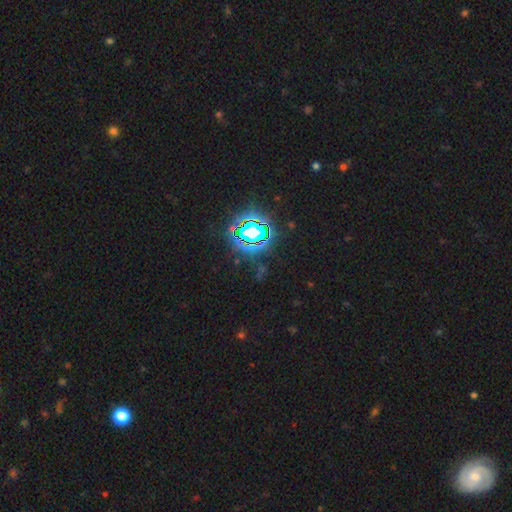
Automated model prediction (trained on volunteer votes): Smooth or featured?
  - star or artifact: 83% *
  - smooth: 10%
  - featured or disk: 6%